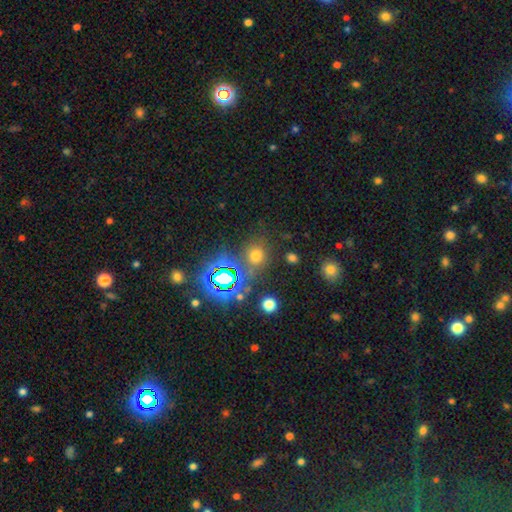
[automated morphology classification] Q: Smooth or featured?
A: smooth (58%); runner-up: star or artifact (34%)
Q: How rounded?
A: round (81%); runner-up: in between (17%)
Q: Merging?
A: none (72%); runner-up: minor disturbance (12%)